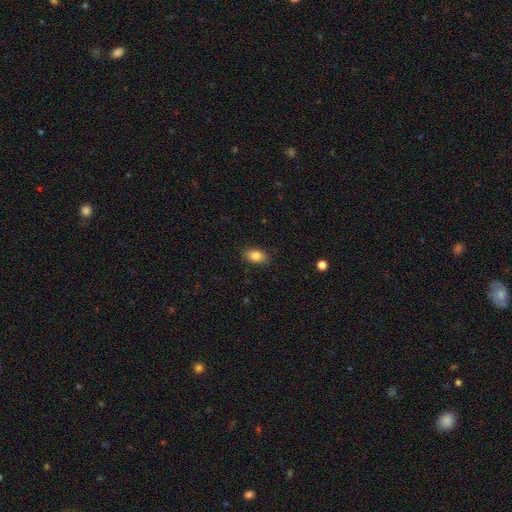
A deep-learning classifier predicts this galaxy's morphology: smooth 84%, star or artifact 8%, featured or disk 8%. Down the decision tree: how rounded — in between (88%); merging — none (86%).